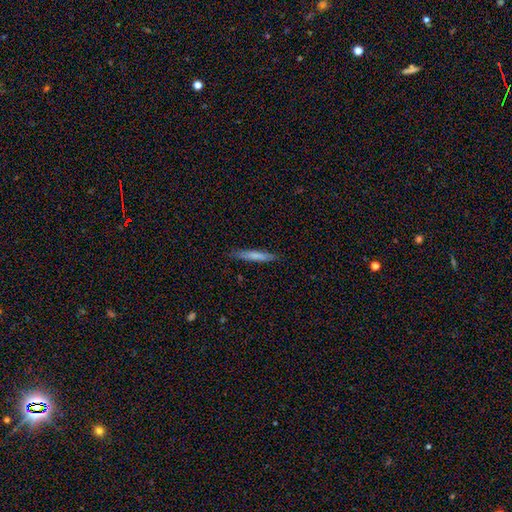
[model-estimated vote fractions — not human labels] Smooth or featured? Predicted: smooth (p=0.71). How rounded? Predicted: cigar-shaped (p=0.92). Merging? Predicted: none (p=0.86).